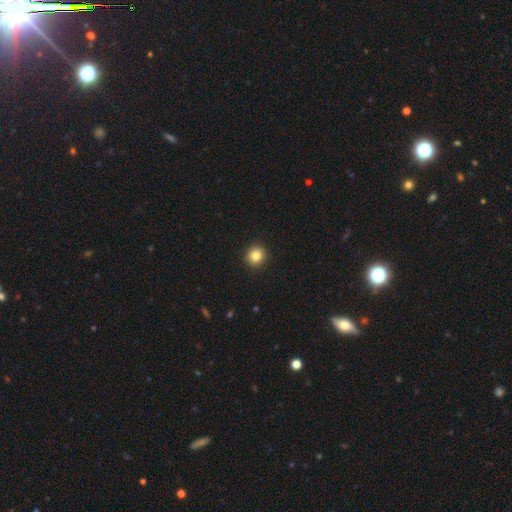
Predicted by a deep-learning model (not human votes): Overall: smooth (84%). How rounded: round (88%). Merging: none (93%).